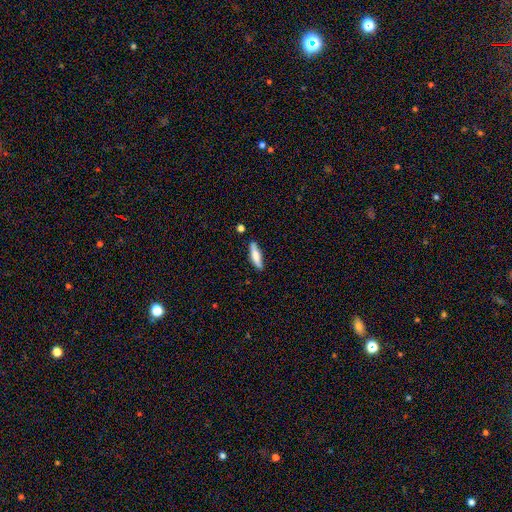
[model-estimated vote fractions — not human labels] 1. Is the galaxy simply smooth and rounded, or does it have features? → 72% smooth, 22% featured or disk, 6% star or artifact.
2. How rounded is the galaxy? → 70% cigar-shaped, 28% in between, 2% round.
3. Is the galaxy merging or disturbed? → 81% none, 13% minor disturbance, 3% merger, 2% major disturbance.